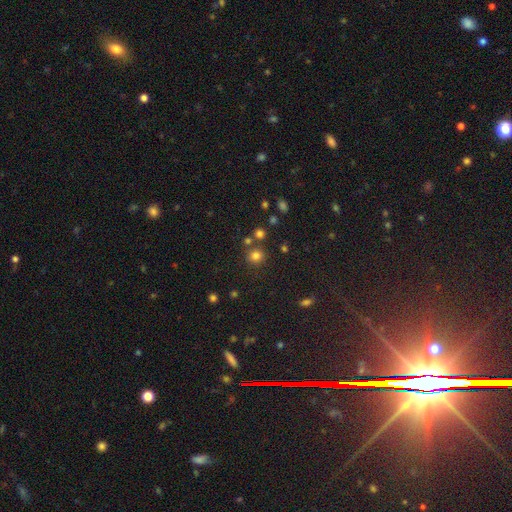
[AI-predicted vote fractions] Morphology: type=smooth (77%); roundness=round (86%); merging=none (76%).